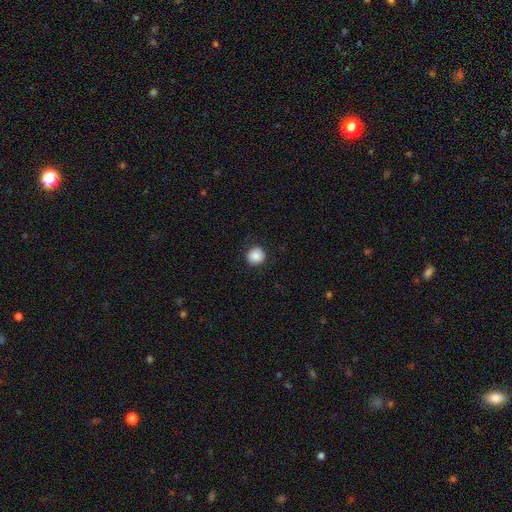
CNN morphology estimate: smooth_or_featured: smooth (p=0.88) [alt: star or artifact p=0.08]
how_rounded: round (p=0.92) [alt: in between p=0.07]
merging: none (p=0.89) [alt: minor disturbance p=0.08]